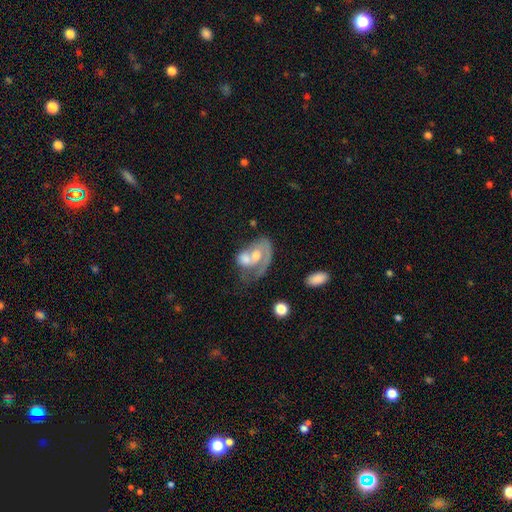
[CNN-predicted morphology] A featured or disk galaxy (66%) with no bar (68%), spiral arms (70%) and a moderate central bulge (56%). Merging: merger (54%).